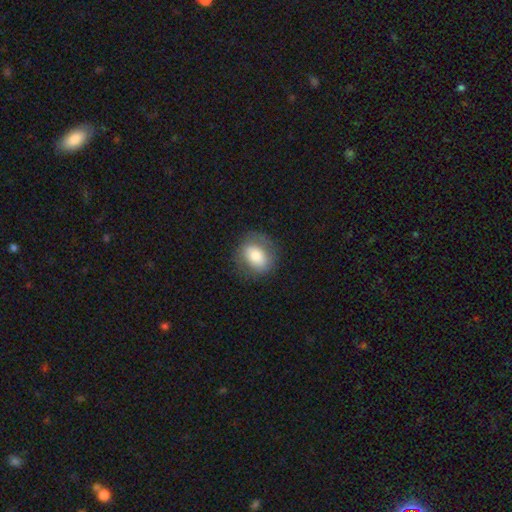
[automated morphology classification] Q: Smooth or featured?
A: smooth (73%); runner-up: featured or disk (19%)
Q: How rounded?
A: in between (54%); runner-up: round (45%)
Q: Merging?
A: none (77%); runner-up: minor disturbance (15%)